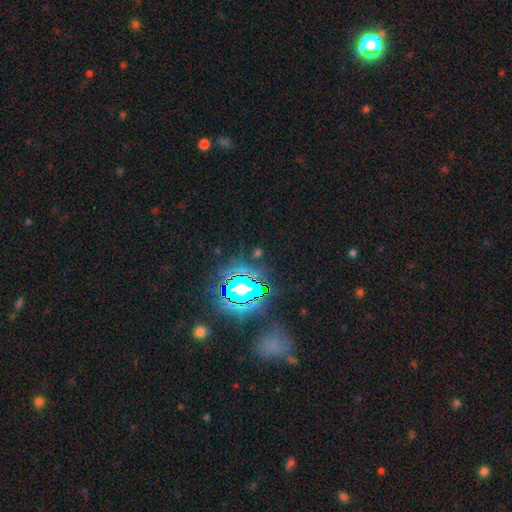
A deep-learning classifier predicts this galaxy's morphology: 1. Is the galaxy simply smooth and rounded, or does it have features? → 73% star or artifact, 17% smooth, 11% featured or disk.